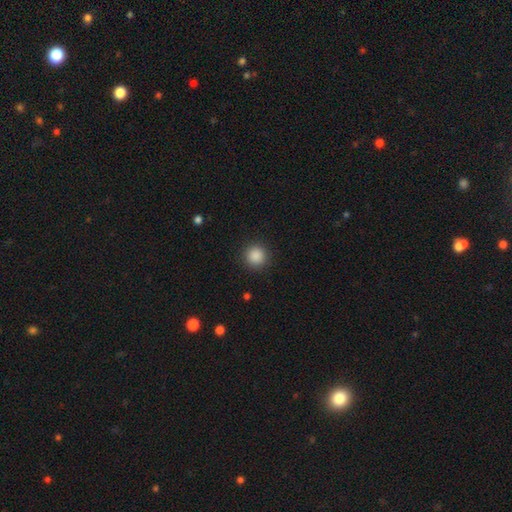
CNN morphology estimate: A smooth galaxy with no disk features (88%) that is round (95%). Merging: none (91%).